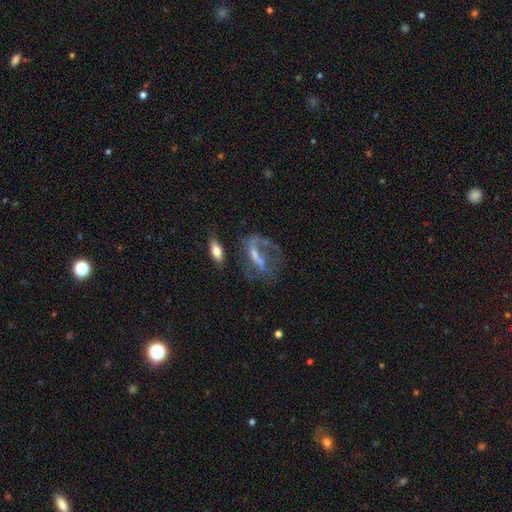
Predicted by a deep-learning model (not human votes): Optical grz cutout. It shows a featured or disk galaxy (66%) with a weak bar (34%, tied with strong), spiral arms (61%) and a small central bulge (40%). Merging: none (39%).